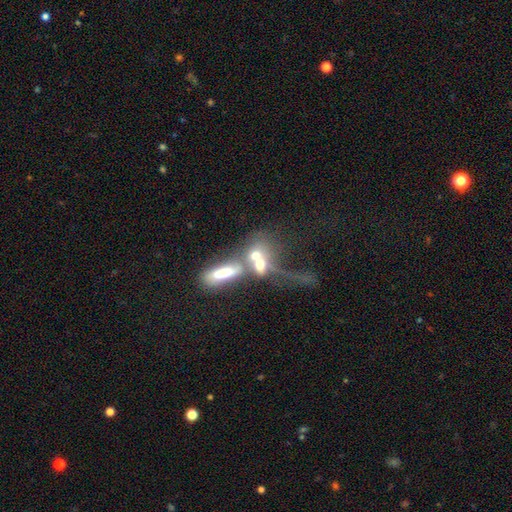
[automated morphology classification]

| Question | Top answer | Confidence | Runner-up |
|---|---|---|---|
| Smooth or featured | smooth | 55% | featured or disk (31%) |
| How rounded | in between | 53% | round (34%) |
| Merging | merger | 64% | none (15%) |